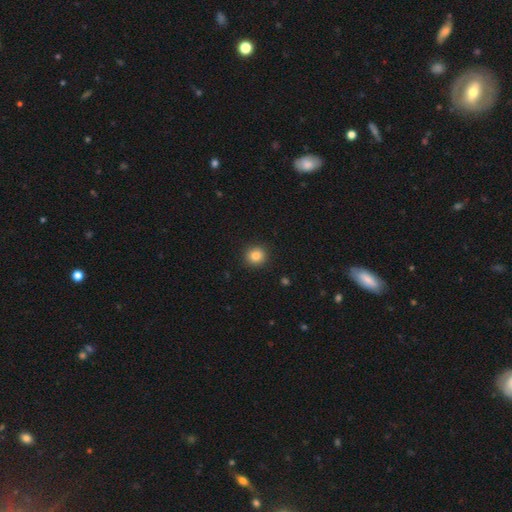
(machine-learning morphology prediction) Smooth or featured? smooth (84%)
How rounded? round (92%)
Merging? none (92%)